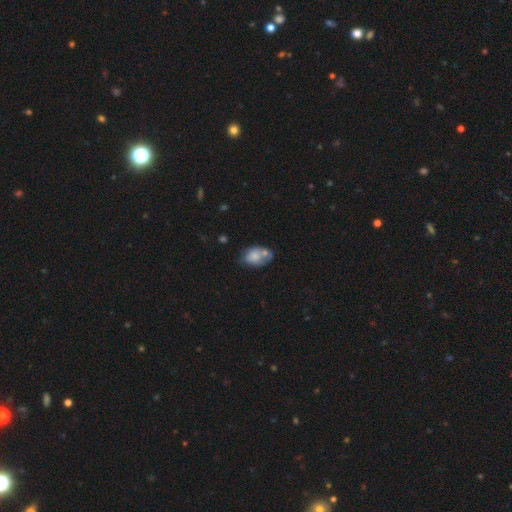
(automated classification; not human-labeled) Morphology: type=smooth (68%); roundness=in between (80%); merging=none (36%).